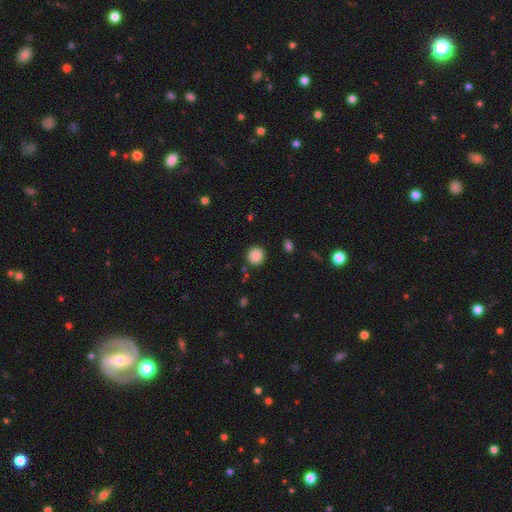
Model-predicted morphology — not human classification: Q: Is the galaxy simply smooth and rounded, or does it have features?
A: smooth — 87%.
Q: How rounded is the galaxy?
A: round — 89%.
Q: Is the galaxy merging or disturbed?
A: none — 88%.